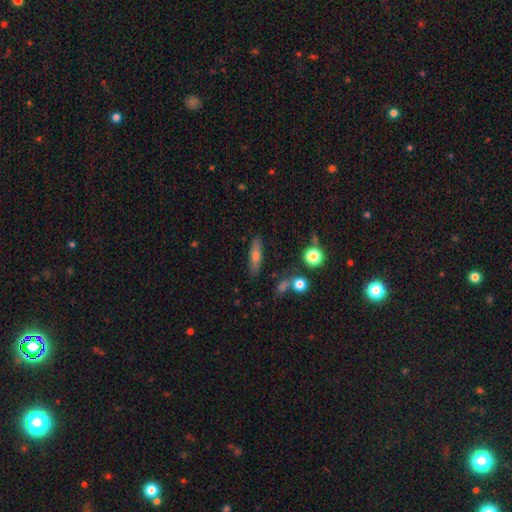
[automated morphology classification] Smooth or featured: smooth — 58% (featured or disk — 32%)
How rounded: cigar-shaped — 62% (in between — 34%)
Merging: none — 82% (minor disturbance — 11%)